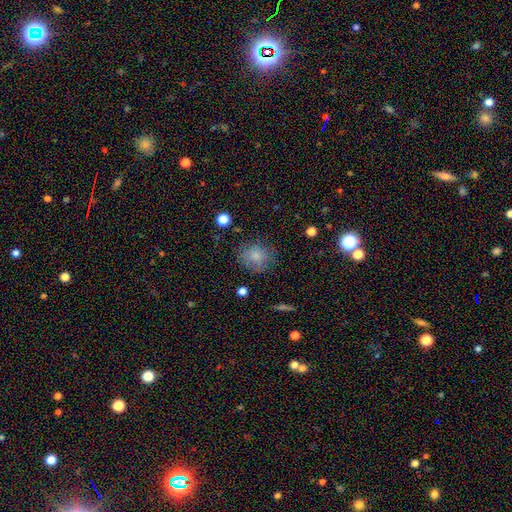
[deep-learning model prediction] This appears to be a smooth galaxy with no disk features (78%) that is round (74%). Merging: none (71%).